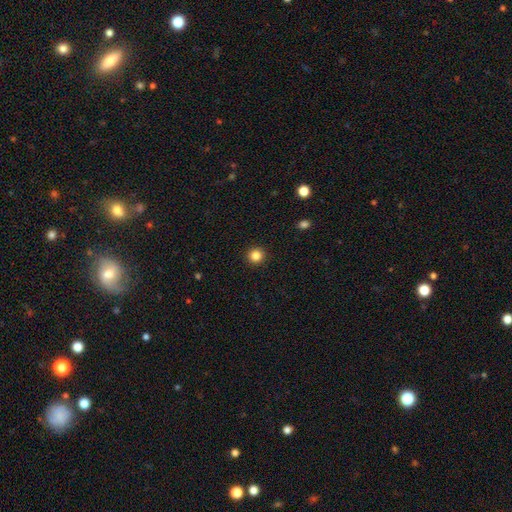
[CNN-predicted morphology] The model was most divided on "smooth or featured": smooth: 84%, star or artifact: 12%, featured or disk: 4%. More confident: how rounded — round (94%); merging — none (93%).